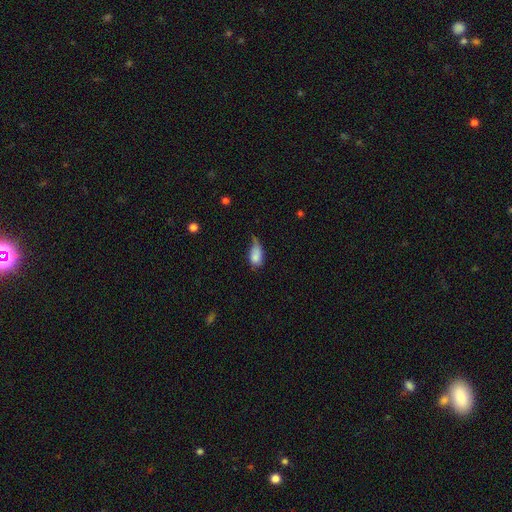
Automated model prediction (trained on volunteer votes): Smooth or featured: smooth — 77% (featured or disk — 15%)
How rounded: in between — 87% (round — 9%)
Merging: minor disturbance — 41% (major disturbance — 30%)